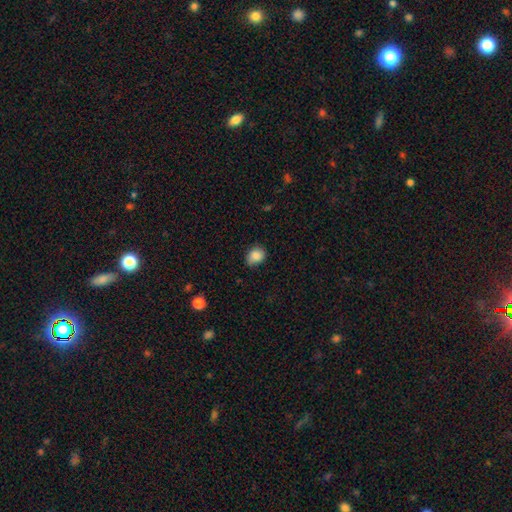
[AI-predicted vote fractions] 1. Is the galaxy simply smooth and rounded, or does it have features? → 86% smooth, 9% star or artifact, 5% featured or disk.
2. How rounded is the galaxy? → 52% round, 47% in between, 1% cigar-shaped.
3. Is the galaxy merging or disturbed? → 70% none, 25% minor disturbance, 4% major disturbance, 1% merger.